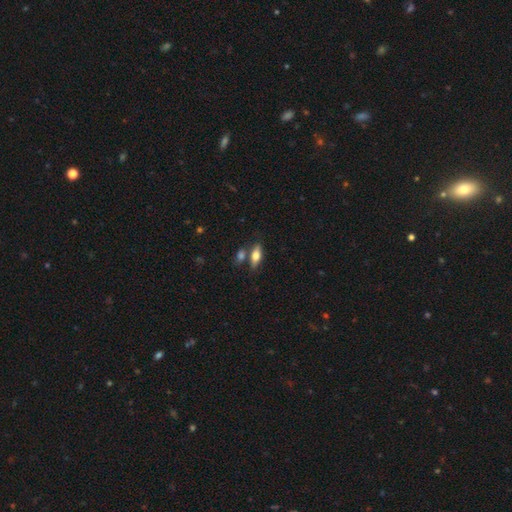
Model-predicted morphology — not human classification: Overall: smooth (64%; featured or disk 30%). How rounded: in between (69%). Merging: none (70%).